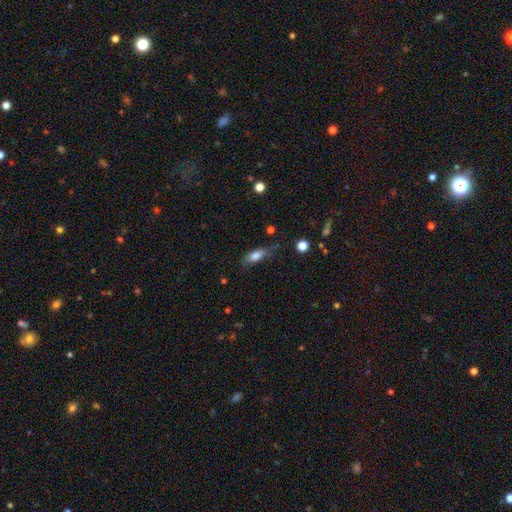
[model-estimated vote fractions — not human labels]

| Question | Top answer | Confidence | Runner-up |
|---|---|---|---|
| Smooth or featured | smooth | 75% | featured or disk (16%) |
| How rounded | in between | 69% | cigar-shaped (27%) |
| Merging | none | 56% | minor disturbance (31%) |